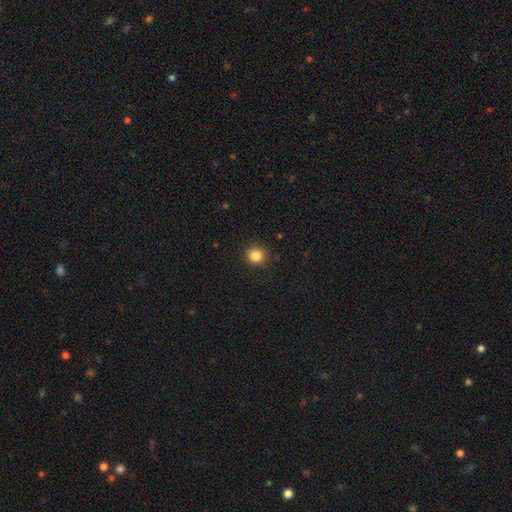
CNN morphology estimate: type=smooth (85%); roundness=round (88%); merging=none (90%).